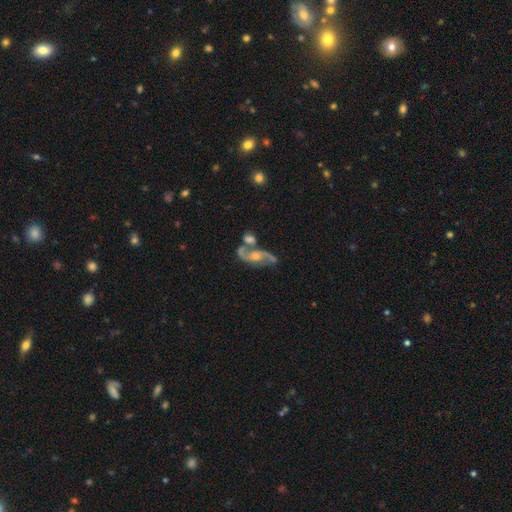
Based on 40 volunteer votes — A featured or disk galaxy (88%) with no bar (62%), 2 (97%) loose (61%) spiral arms (97%) and a moderate central bulge (59%).

Vote fractions:
- Smooth or featured? featured or disk: 88% / smooth: 8% / star or artifact: 5%
- Edge-on disk? no: 97% / yes: 3%
- Bar? no: 62% / weak: 32% / strong: 6%
- Spiral arms? yes: 97% / no: 3%
- Spiral winding? loose: 61% / medium: 36% / tight: 3%
- Spiral arm count? 2: 97% / 1: 3% / 3: 0% / 4: 0% / more than 4: 0% / can't tell: 0%
- Bulge size? moderate: 59% / small: 21% / large: 9% / none: 9% / dominant: 3%
- Merging? merger: 39% / none: 37% / minor disturbance: 18% / major disturbance: 5%